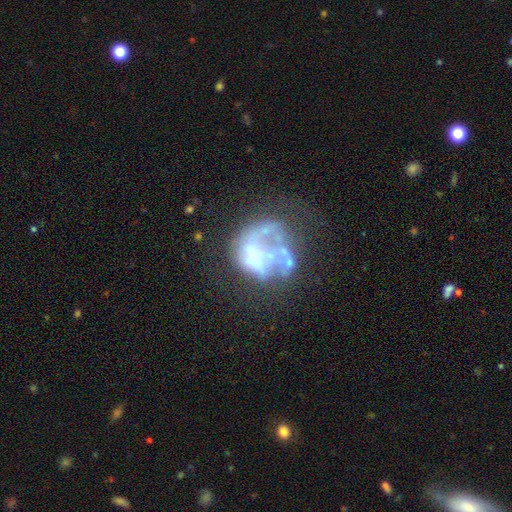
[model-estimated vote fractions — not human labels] Smooth or featured? featured or disk (66%)
Edge-on disk? no (98%)
Bar? no (89%)
Spiral arms? no (88%)
Bulge size? none (65%)
Merging? major disturbance (37%)